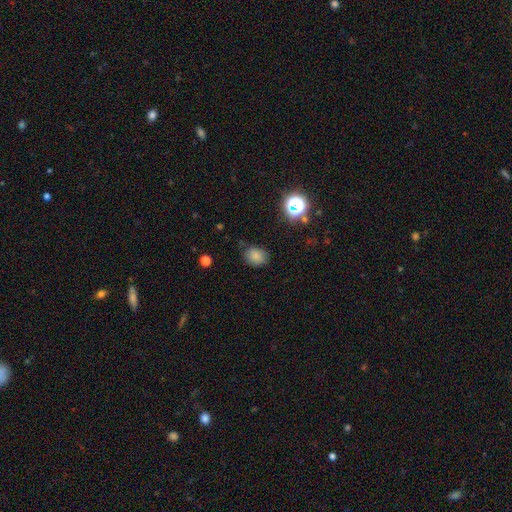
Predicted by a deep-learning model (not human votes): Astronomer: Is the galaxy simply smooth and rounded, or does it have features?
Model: smooth — 79%.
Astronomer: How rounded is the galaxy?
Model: round — 55% (runner-up: in between, 44%).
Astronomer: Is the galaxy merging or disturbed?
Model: none — 76%.